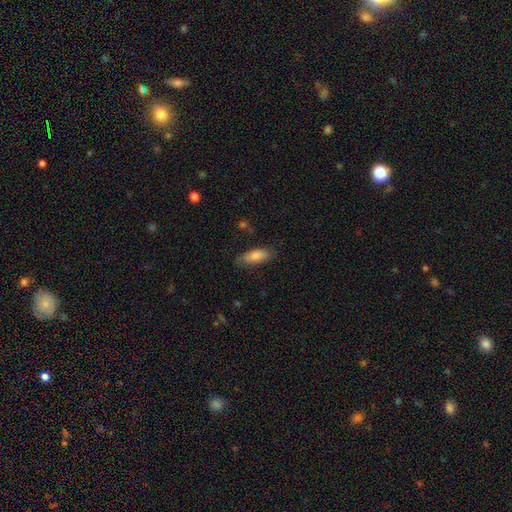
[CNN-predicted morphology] Smooth or featured: smooth — 82% (featured or disk — 12%)
How rounded: in between — 77% (cigar-shaped — 21%)
Merging: none — 74% (minor disturbance — 20%)